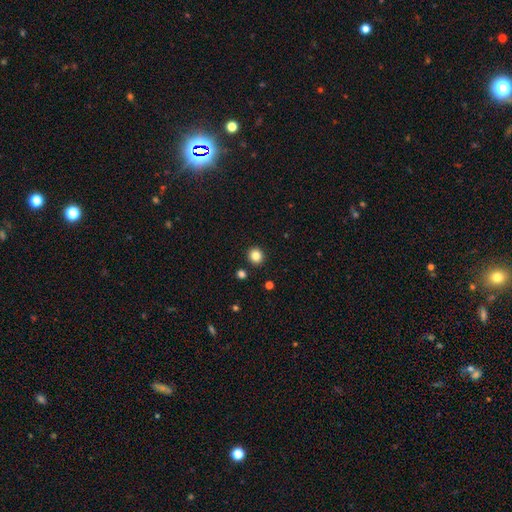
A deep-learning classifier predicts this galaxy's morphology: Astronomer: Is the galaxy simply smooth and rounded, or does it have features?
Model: smooth — 84%.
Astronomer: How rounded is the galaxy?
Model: round — 90%.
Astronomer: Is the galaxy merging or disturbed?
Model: none — 91%.